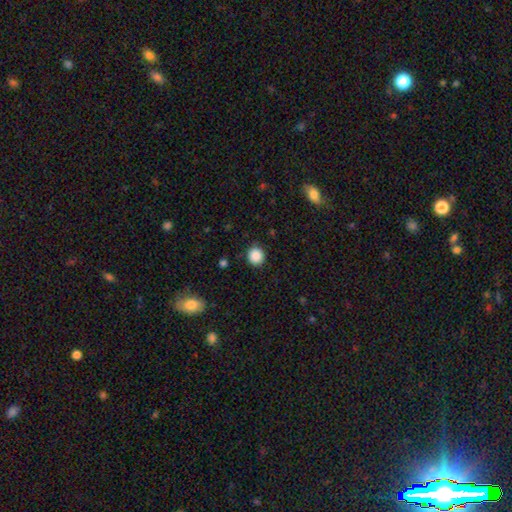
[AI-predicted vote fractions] Overall: smooth (88%). How rounded: round (90%). Merging: none (88%).